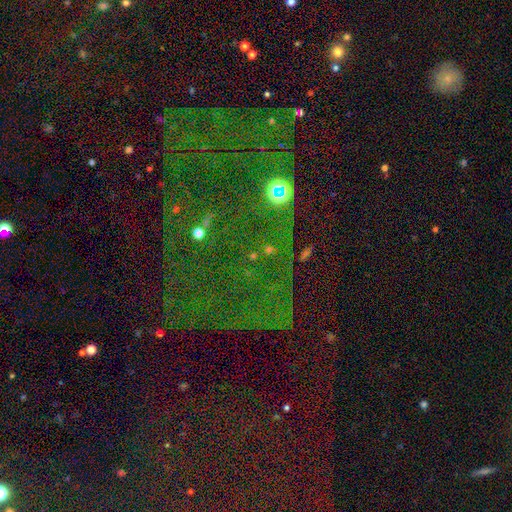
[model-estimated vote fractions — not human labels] Smooth or featured? Predicted: star or artifact (p=0.74).